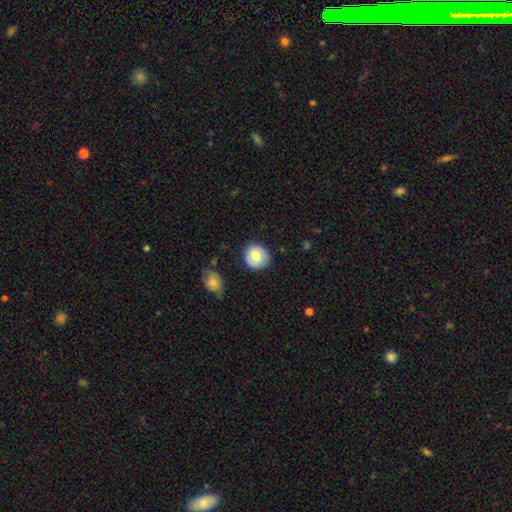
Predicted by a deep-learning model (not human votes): A smooth galaxy with no disk features (75%) that is round (91%). Merging: none (82%).